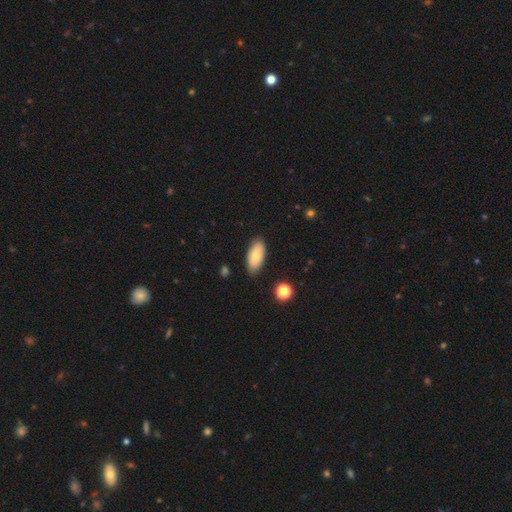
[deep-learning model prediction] smooth 75%, featured or disk 18%, star or artifact 7%. Down the decision tree: how rounded — in between (92%); merging — none (85%).